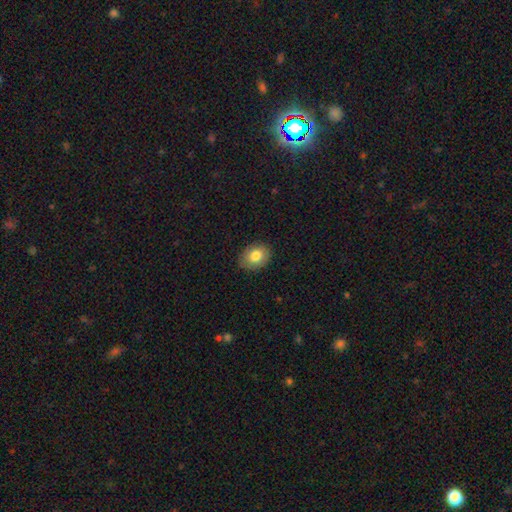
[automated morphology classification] smooth-or-featured: smooth: 80% | featured or disk: 12% | star or artifact: 8%
  how-rounded: in between: 64% | round: 35% | cigar-shaped: 1%
  merging: none: 85% | minor disturbance: 11% | major disturbance: 2% | merger: 1%